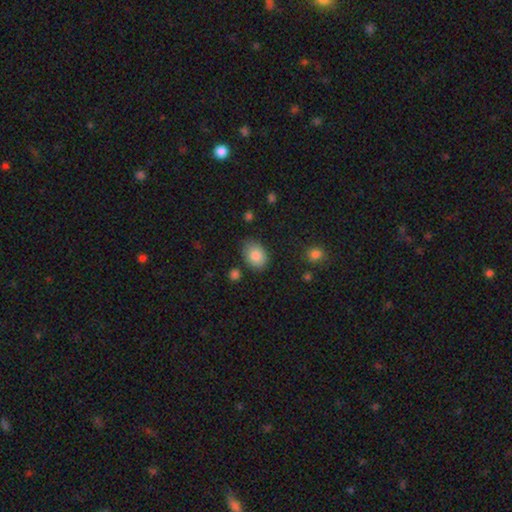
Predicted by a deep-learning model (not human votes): Smooth or featured?
  - smooth: 86% *
  - star or artifact: 8%
  - featured or disk: 6%
How rounded?
  - in between: 66% *
  - round: 33%
  - cigar-shaped: 1%
Merging?
  - none: 74% *
  - minor disturbance: 19%
  - major disturbance: 4%
  - merger: 3%